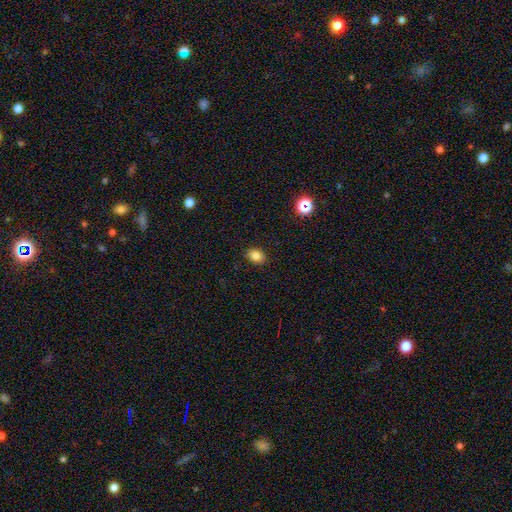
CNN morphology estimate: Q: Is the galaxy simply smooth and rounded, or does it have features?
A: smooth — 82%.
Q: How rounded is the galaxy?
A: in between — 59%.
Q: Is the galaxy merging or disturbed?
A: none — 89%.